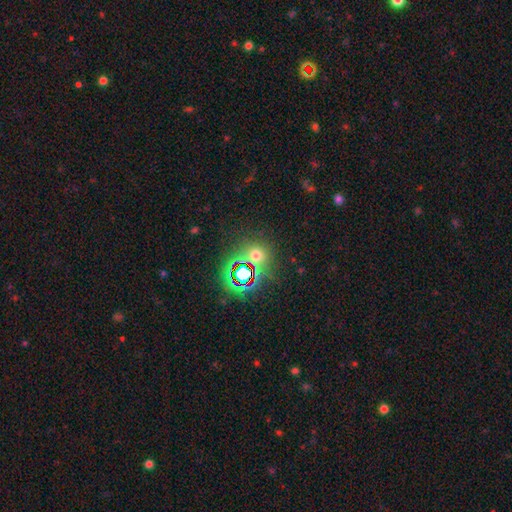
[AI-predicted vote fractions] smooth_or_featured: smooth (p=0.50) [alt: star or artifact p=0.41]
how_rounded: round (p=0.86) [alt: in between p=0.13]
merging: none (p=0.73) [alt: merger p=0.11]